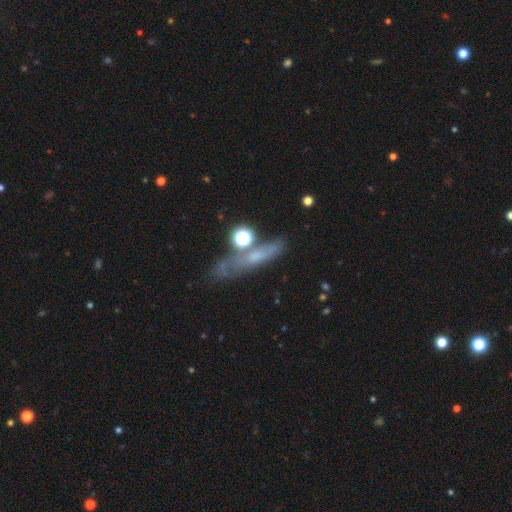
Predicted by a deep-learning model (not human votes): Smooth or featured: smooth — 42% (featured or disk — 40%)
Merging: none — 58% (minor disturbance — 19%)